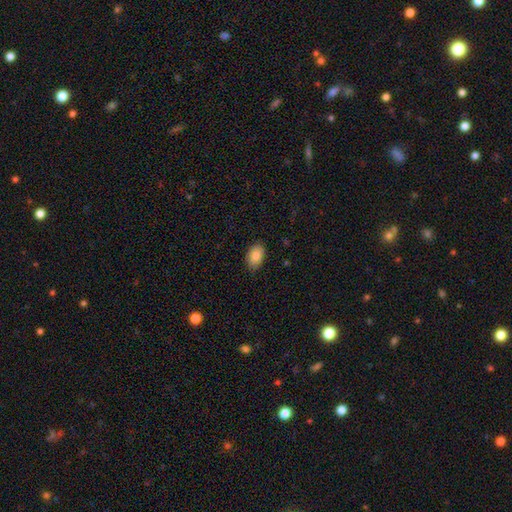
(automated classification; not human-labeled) A smooth galaxy with no disk features (84%) that is in between round and cigar-shaped (89%). Merging: none (85%).